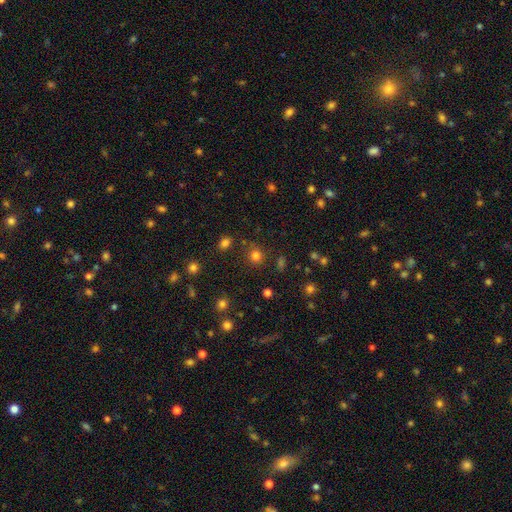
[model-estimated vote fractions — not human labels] A smooth galaxy with no disk features (77%) that is round (88%).

Vote fractions:
- Smooth or featured? smooth: 77% / star or artifact: 17% / featured or disk: 6%
- How rounded? round: 88% / in between: 11% / cigar-shaped: 1%
- Merging? none: 82% / minor disturbance: 9% / merger: 5% / major disturbance: 4%